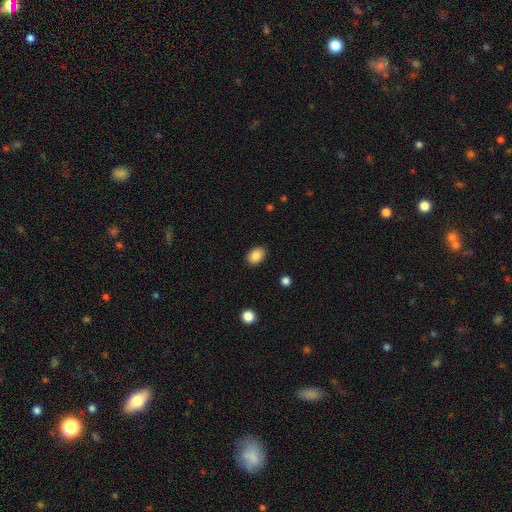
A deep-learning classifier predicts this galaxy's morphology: Smooth or featured? smooth (88%)
How rounded? in between (77%)
Merging? none (87%)